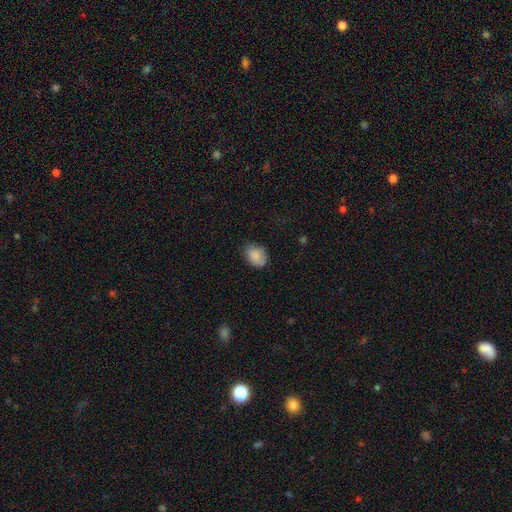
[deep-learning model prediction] The model was most divided on "how rounded": in between: 69%, round: 30%, cigar-shaped: 1%. More confident: smooth or featured — smooth (86%); merging — none (72%).